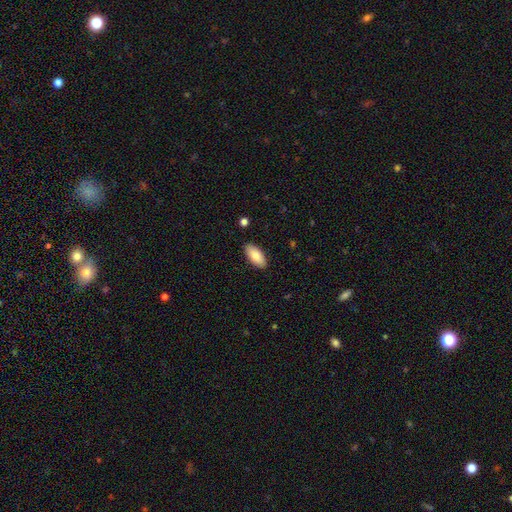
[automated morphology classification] smooth-or-featured: smooth: 86% | featured or disk: 8% | star or artifact: 6%
  how-rounded: in between: 89% | cigar-shaped: 9% | round: 2%
  merging: none: 88% | minor disturbance: 9% | major disturbance: 2% | merger: 1%